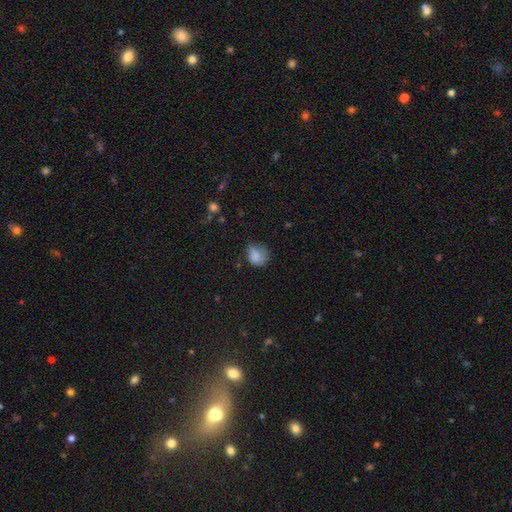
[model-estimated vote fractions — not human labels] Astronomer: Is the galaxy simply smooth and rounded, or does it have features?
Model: smooth — 74%.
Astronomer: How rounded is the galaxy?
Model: round — 58% (runner-up: in between, 41%).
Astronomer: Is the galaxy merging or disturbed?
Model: none — 42% (runner-up: minor disturbance, 34%).